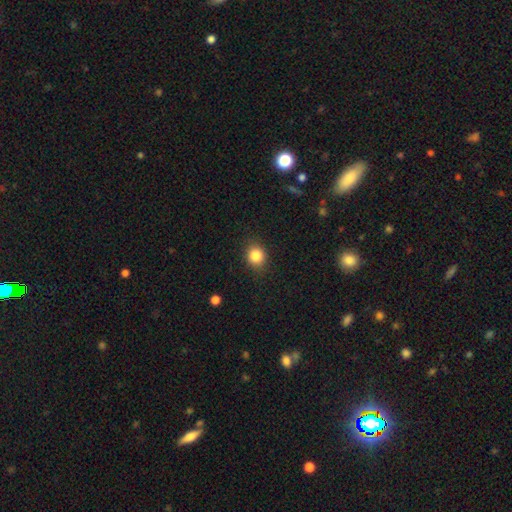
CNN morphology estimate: A smooth galaxy with no disk features (85%) that is round (75%). Merging: none (87%).